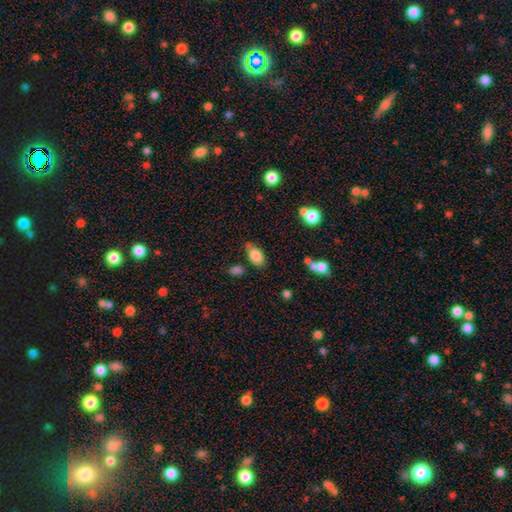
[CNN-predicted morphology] type=smooth (82%); roundness=in between (91%); merging=none (67%).